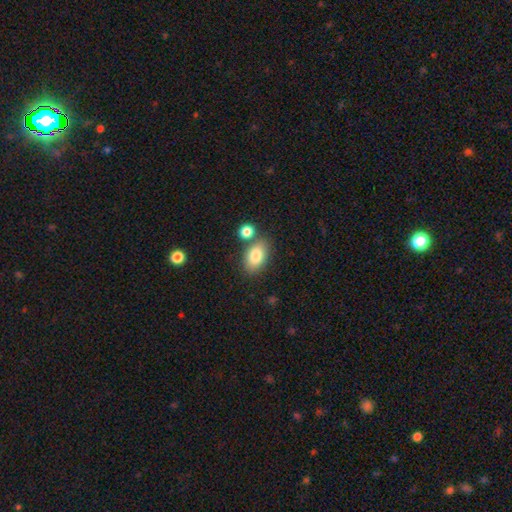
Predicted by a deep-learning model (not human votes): Overall: smooth (82%). How rounded: in between (89%). Merging: none (70%).